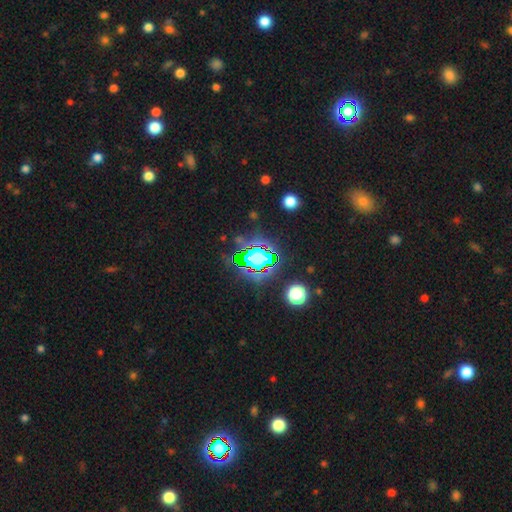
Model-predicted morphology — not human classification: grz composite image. It shows a star or artifact, not a galaxy (73%).